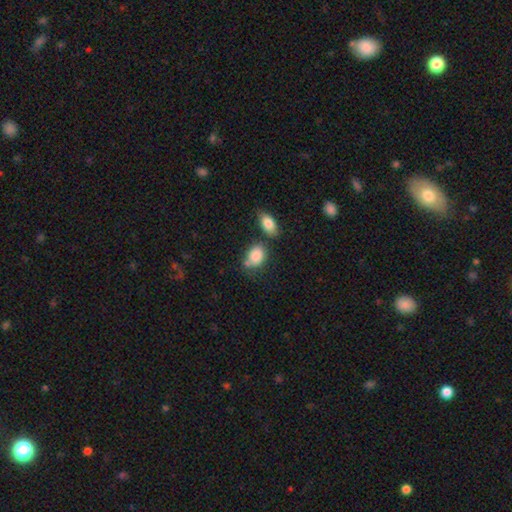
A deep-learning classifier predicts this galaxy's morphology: Smooth or featured? smooth (87%)
How rounded? in between (73%)
Merging? none (51%)